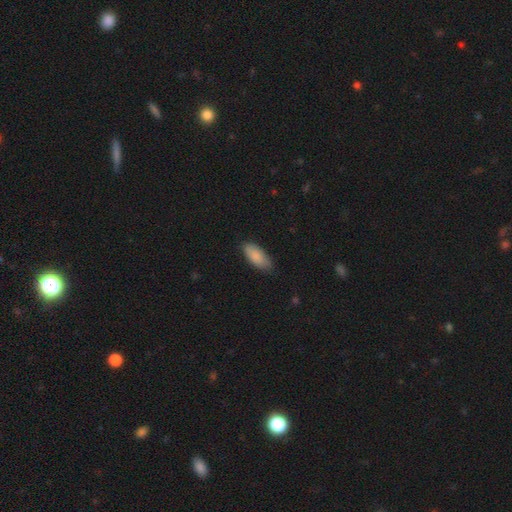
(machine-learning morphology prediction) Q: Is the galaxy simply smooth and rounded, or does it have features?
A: smooth — 87%.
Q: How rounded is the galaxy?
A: in between — 83%.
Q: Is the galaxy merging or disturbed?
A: none — 78%.